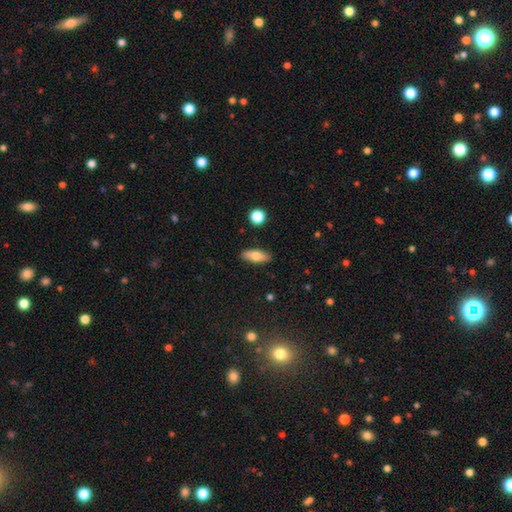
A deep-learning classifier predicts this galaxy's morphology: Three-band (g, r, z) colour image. It shows a smooth galaxy with no disk features (75%) that is in between round and cigar-shaped (72%). Merging: none (88%).